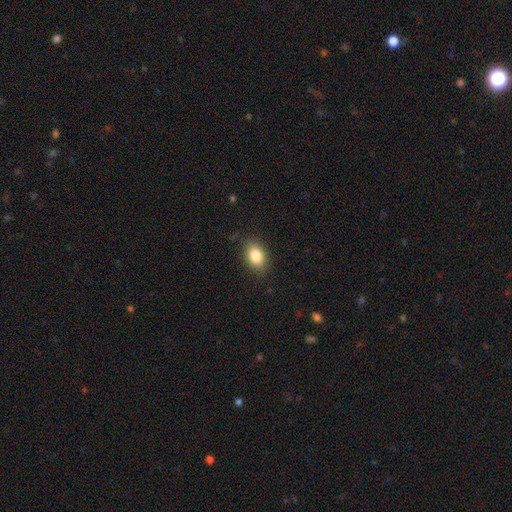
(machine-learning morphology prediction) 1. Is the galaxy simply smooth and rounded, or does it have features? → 84% smooth, 8% star or artifact, 7% featured or disk.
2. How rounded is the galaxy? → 84% in between, 14% round, 2% cigar-shaped.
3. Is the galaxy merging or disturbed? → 84% none, 12% minor disturbance, 3% major disturbance, 1% merger.